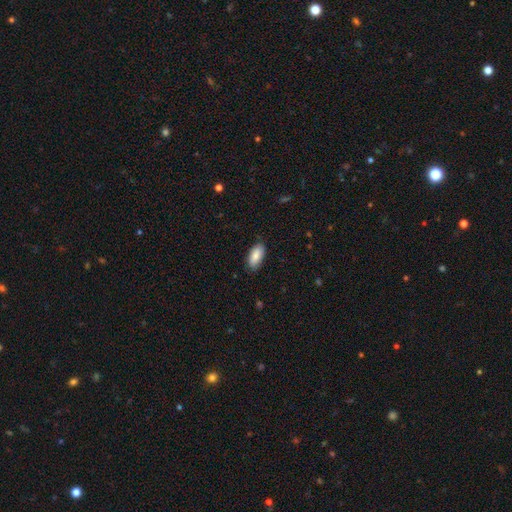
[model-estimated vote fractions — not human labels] The model was most divided on "merging": none: 83%, minor disturbance: 14%, major disturbance: 2%, merger: 1%. More confident: how rounded — in between (91%); smooth or featured — smooth (84%).